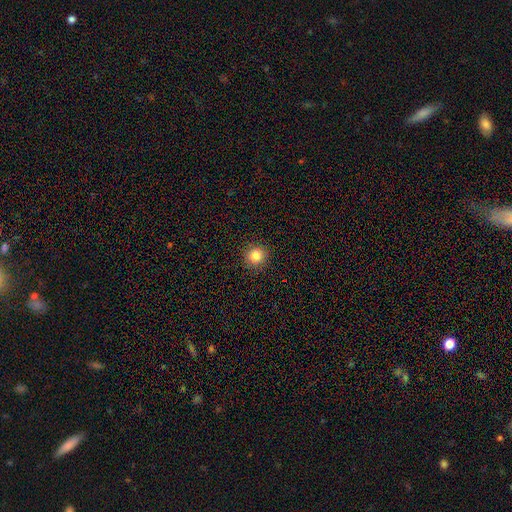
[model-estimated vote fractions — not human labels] Smooth or featured? smooth (83%)
How rounded? round (93%)
Merging? none (92%)